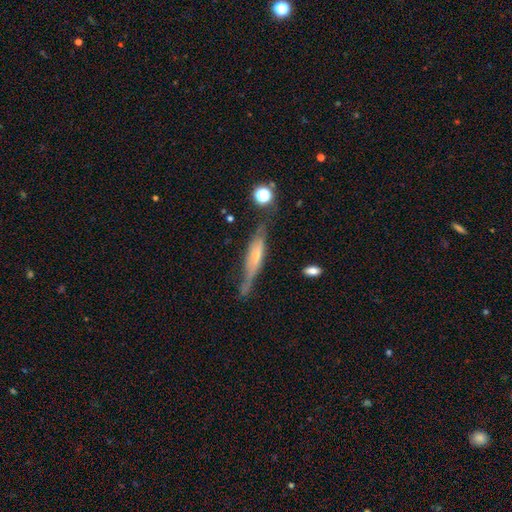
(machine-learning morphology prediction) Smooth or featured? featured or disk (61%)
Edge-on disk? yes (82%)
Merging? none (55%)